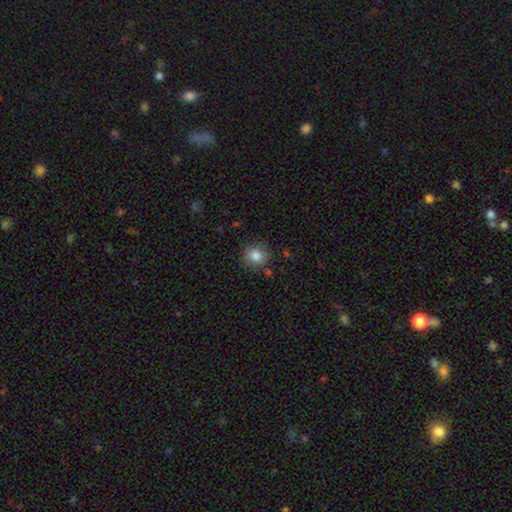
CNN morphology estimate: smooth 85%, star or artifact 10%, featured or disk 6%. Down the decision tree: how rounded — round (82%); merging — none (82%).